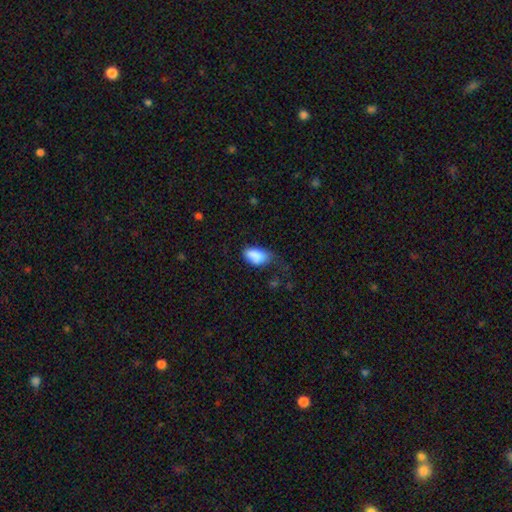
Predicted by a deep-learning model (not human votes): Smooth or featured? Predicted: smooth (p=0.87). How rounded? Predicted: in between (p=0.93). Merging? Predicted: minor disturbance (p=0.40).